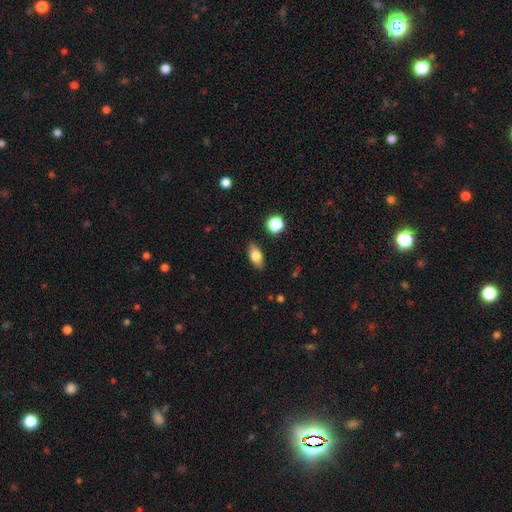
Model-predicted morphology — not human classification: type=smooth (72%); roundness=in between (80%); merging=none (86%).